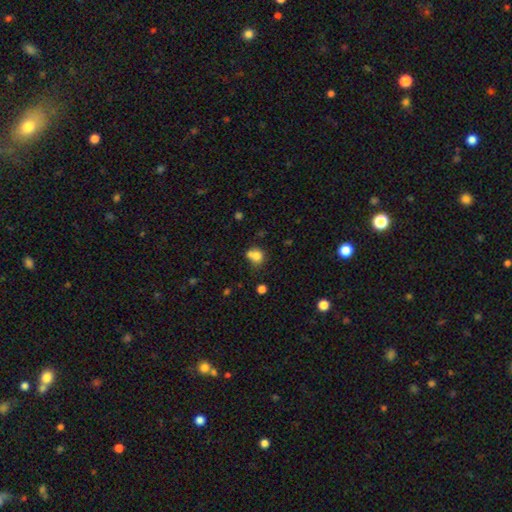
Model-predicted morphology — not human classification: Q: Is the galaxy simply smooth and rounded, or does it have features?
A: smooth — 77%.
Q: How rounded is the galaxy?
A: round — 70%.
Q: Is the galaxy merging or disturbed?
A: none — 41%.